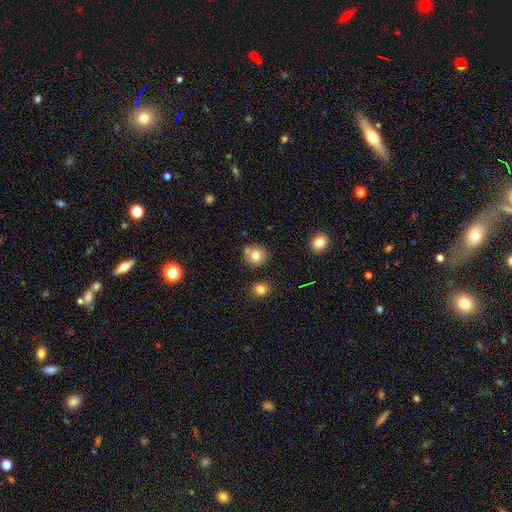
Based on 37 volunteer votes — Smooth or featured?
  - smooth: 81% *
  - featured or disk: 14%
  - star or artifact: 5%
How rounded?
  - round: 93% *
  - in between: 7%
  - cigar-shaped: 0%
Merging?
  - none: 83% *
  - minor disturbance: 11%
  - merger: 6%
  - major disturbance: 0%